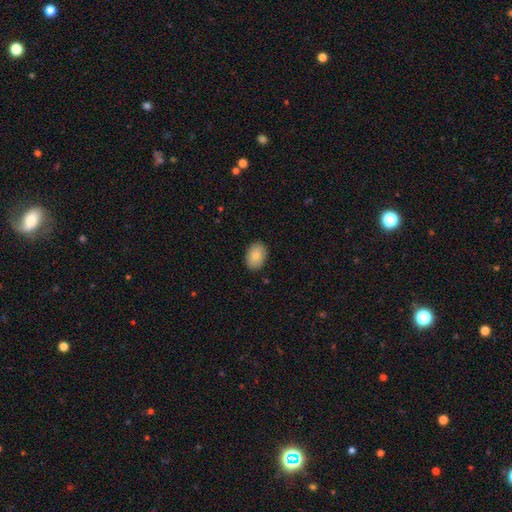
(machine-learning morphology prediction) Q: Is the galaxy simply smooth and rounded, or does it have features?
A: smooth — 84%.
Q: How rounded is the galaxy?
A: in between — 82%.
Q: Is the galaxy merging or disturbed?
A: none — 89%.